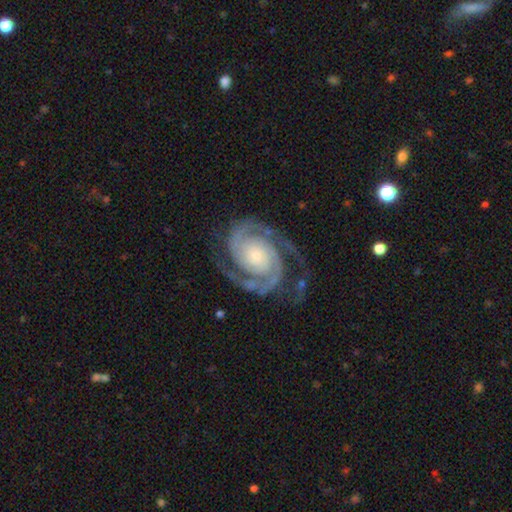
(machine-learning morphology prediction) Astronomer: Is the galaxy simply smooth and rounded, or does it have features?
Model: featured or disk — 94%.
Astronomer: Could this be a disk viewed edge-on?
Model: no — 98%.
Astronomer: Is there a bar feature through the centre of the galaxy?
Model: no — 71%.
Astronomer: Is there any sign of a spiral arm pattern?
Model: yes — 99%.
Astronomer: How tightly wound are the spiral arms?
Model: tight — 61%.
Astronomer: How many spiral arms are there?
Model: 2 — 93%.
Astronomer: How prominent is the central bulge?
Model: small — 53% (runner-up: moderate, 28%).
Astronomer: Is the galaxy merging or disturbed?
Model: none — 80%.